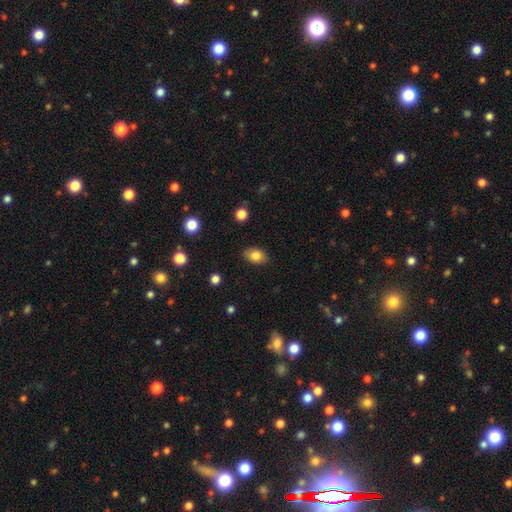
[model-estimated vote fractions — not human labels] Smooth or featured? smooth (82%)
How rounded? in between (82%)
Merging? none (84%)